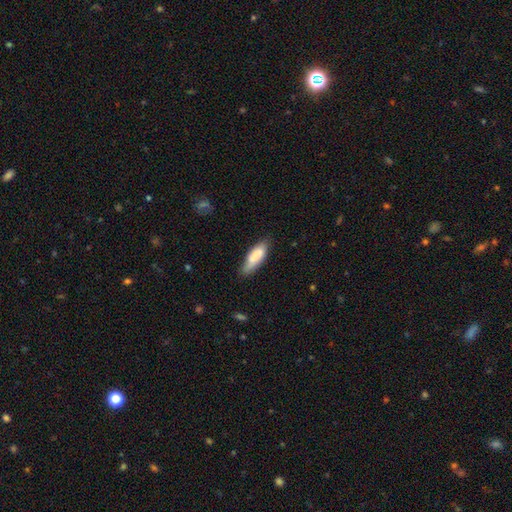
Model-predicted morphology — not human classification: smooth 80%, featured or disk 14%, star or artifact 6%. Down the decision tree: how rounded — in between (55%); merging — none (66%).